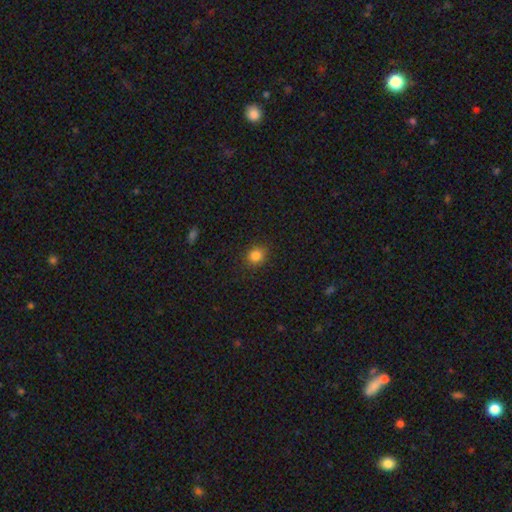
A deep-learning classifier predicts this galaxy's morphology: smooth-or-featured: smooth: 85% | star or artifact: 12% | featured or disk: 4%
  how-rounded: round: 80% | in between: 19% | cigar-shaped: 1%
  merging: none: 89% | minor disturbance: 7% | major disturbance: 2% | merger: 1%